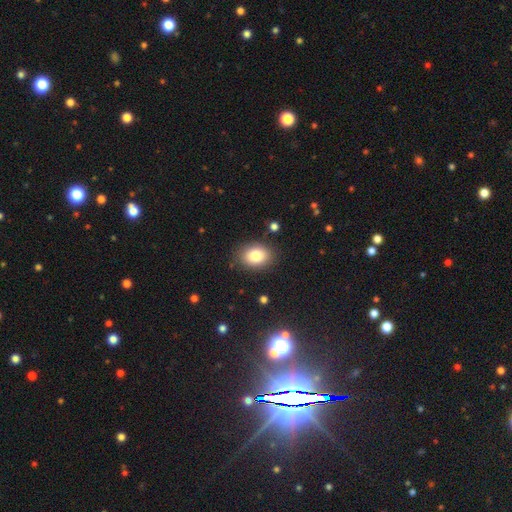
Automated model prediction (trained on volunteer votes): Smooth or featured: smooth — 83% (star or artifact — 9%)
How rounded: in between — 70% (round — 29%)
Merging: none — 86% (minor disturbance — 10%)